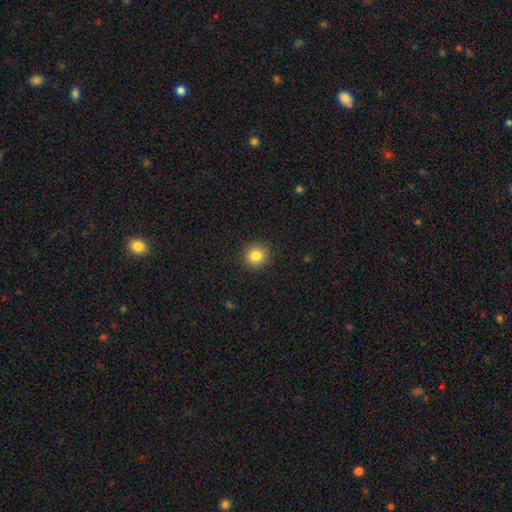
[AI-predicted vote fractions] The model was most divided on "smooth or featured": smooth: 83%, star or artifact: 11%, featured or disk: 6%. More confident: how rounded — round (91%); merging — none (91%).